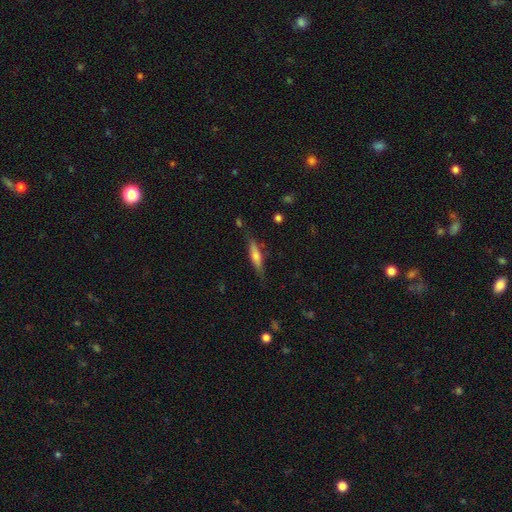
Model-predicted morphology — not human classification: This appears to be a smooth galaxy with no disk features (53%) that is cigar-shaped (79%). Merging: none (78%).